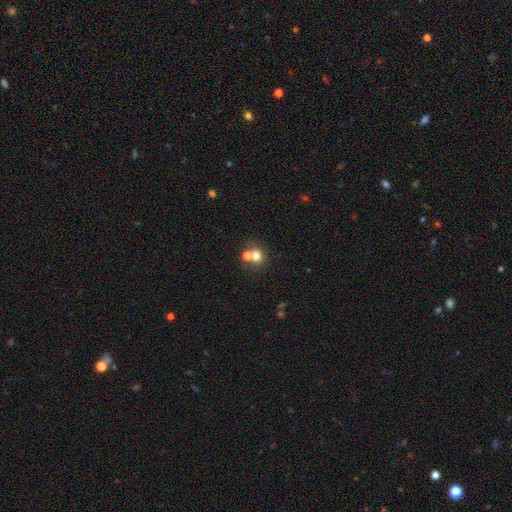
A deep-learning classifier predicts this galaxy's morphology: The model was most divided on "merging": none: 48%, merger: 42%, minor disturbance: 7%, major disturbance: 4%. More confident: how rounded — round (78%); smooth or featured — smooth (72%).